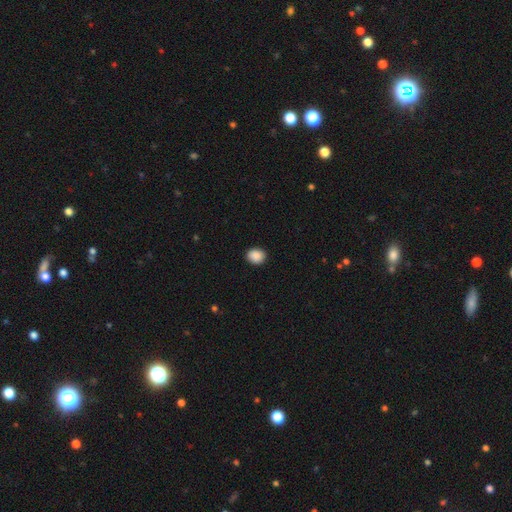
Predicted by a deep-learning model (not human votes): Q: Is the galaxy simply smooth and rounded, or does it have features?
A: smooth — 89%.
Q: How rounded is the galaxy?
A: round — 63%.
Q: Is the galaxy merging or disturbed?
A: none — 90%.